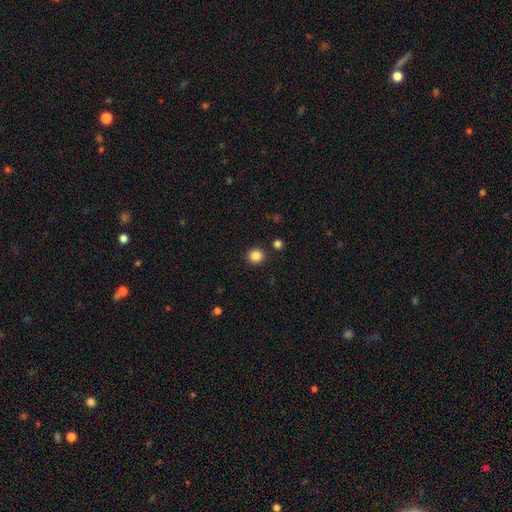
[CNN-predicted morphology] Smooth or featured?
  - smooth: 85% *
  - star or artifact: 11%
  - featured or disk: 4%
How rounded?
  - round: 93% *
  - in between: 7%
  - cigar-shaped: 1%
Merging?
  - none: 90% *
  - minor disturbance: 5%
  - merger: 3%
  - major disturbance: 2%